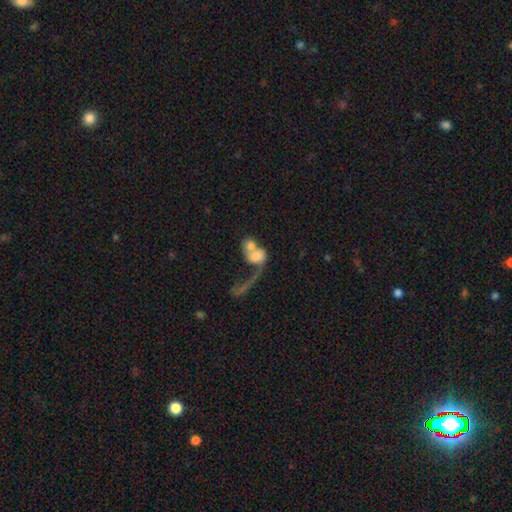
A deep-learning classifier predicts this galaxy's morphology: This appears to be a smooth galaxy with no disk features (53%) that is in between round and cigar-shaped (51%). Merging: merger (67%).